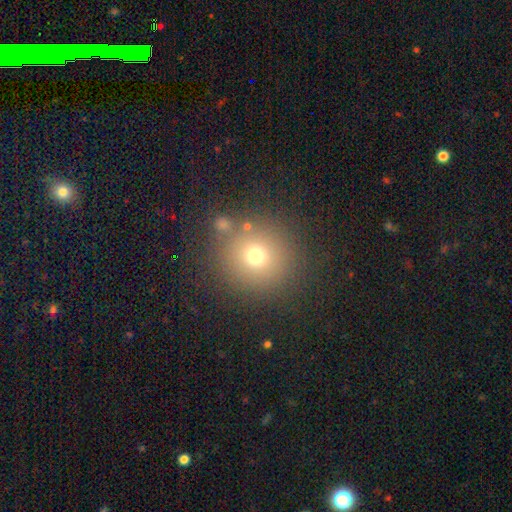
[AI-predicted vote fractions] Q: Smooth or featured?
A: smooth (71%); runner-up: star or artifact (19%)
Q: How rounded?
A: round (92%); runner-up: in between (7%)
Q: Merging?
A: none (81%); runner-up: minor disturbance (8%)